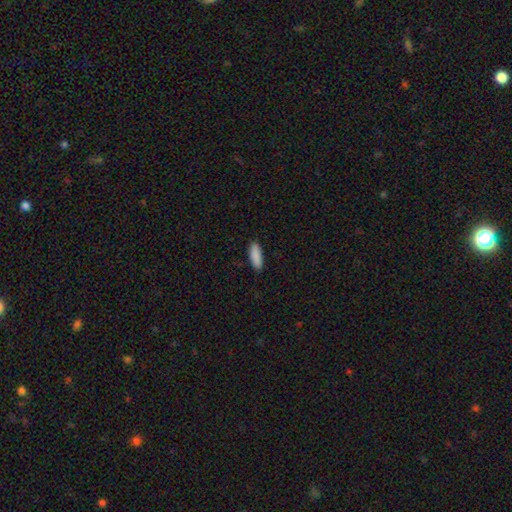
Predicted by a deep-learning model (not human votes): Smooth or featured: smooth — 90% (star or artifact — 6%)
How rounded: in between — 60% (cigar-shaped — 38%)
Merging: none — 89% (minor disturbance — 8%)